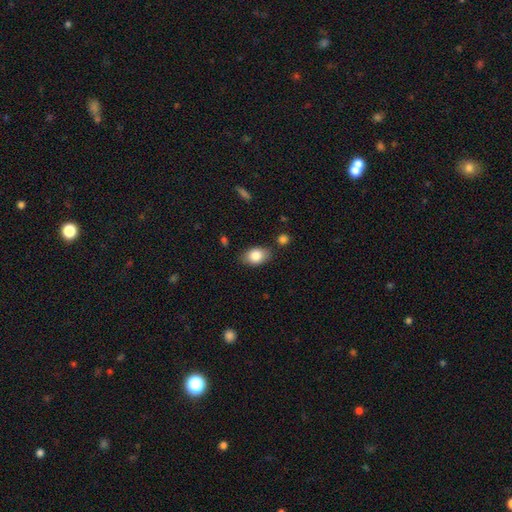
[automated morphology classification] The model was most divided on "merging": none: 79%, minor disturbance: 14%, merger: 4%, major disturbance: 3%. More confident: how rounded — in between (85%); smooth or featured — smooth (83%).